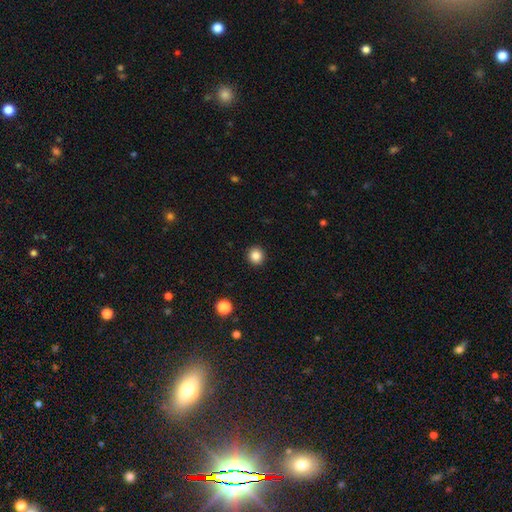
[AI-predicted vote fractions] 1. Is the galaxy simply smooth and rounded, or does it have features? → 86% smooth, 11% star or artifact, 4% featured or disk.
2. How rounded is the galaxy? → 92% round, 7% in between, 1% cigar-shaped.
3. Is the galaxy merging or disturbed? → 93% none, 4% minor disturbance, 2% major disturbance, 1% merger.